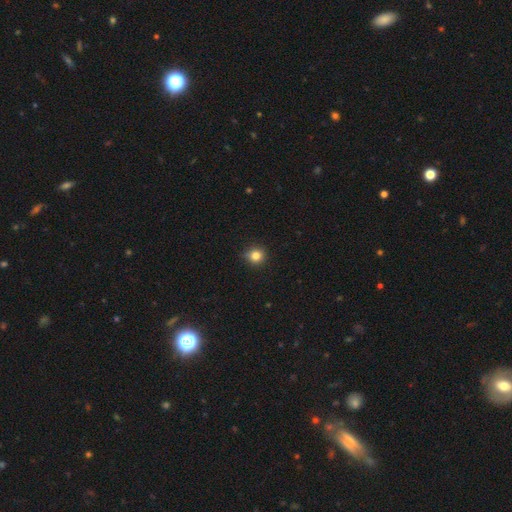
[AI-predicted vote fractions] A smooth galaxy with no disk features (82%) that is round (90%). Merging: none (87%).